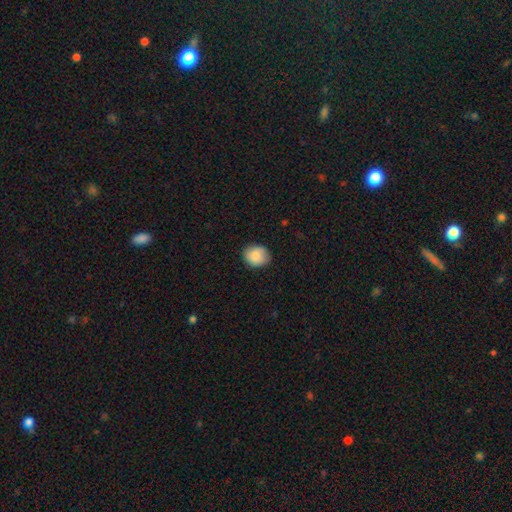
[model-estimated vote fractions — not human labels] Smooth or featured? smooth (87%)
How rounded? round (63%)
Merging? none (82%)